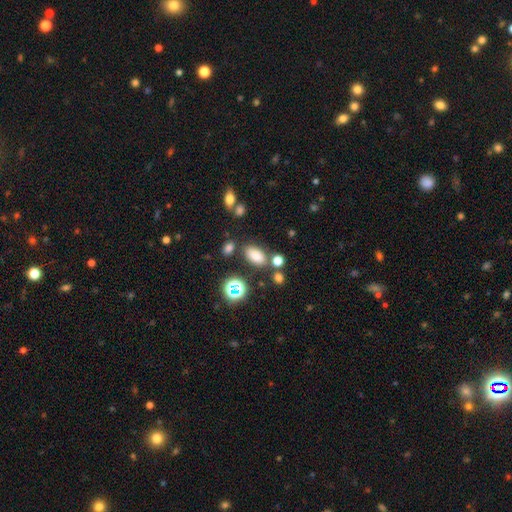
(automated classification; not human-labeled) Smooth or featured: smooth — 76% (star or artifact — 17%)
How rounded: in between — 88% (round — 10%)
Merging: none — 74% (minor disturbance — 12%)